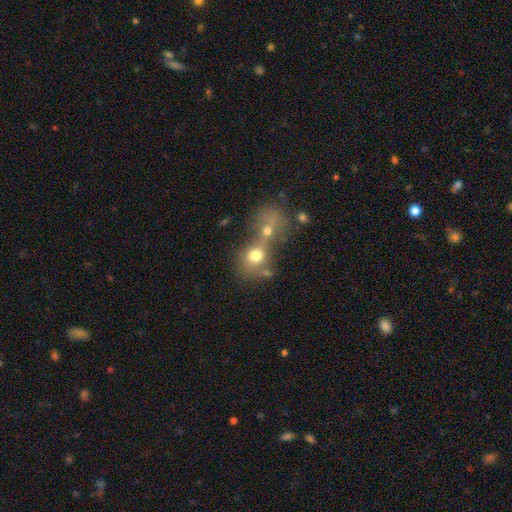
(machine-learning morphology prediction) Smooth or featured? Predicted: smooth (p=0.67). How rounded? Predicted: round (p=0.68). Merging? Predicted: merger (p=0.67).